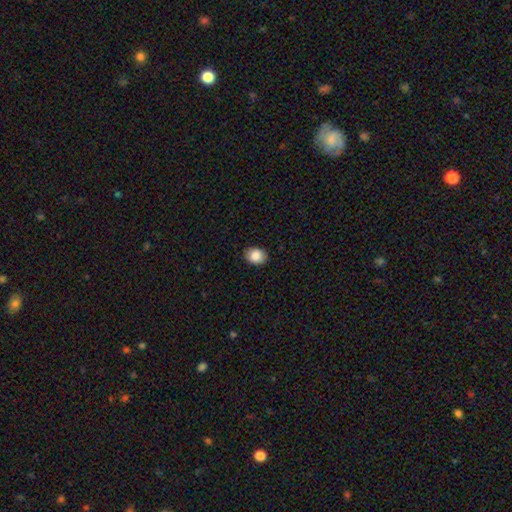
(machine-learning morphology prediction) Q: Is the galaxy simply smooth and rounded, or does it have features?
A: smooth — 87%.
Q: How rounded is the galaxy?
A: in between — 54%.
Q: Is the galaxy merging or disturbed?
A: none — 89%.